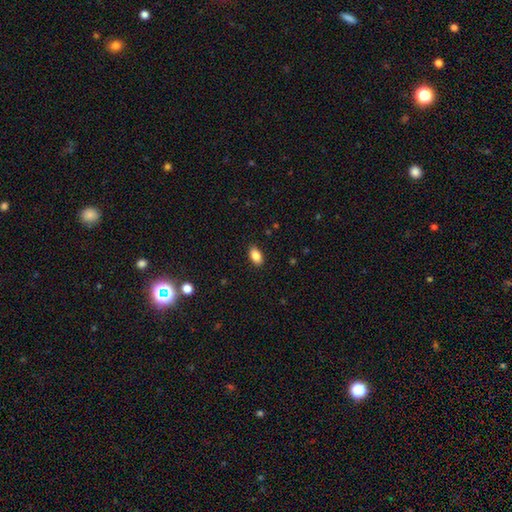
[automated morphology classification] Q: Smooth or featured?
A: smooth (87%); runner-up: star or artifact (8%)
Q: How rounded?
A: in between (92%); runner-up: round (6%)
Q: Merging?
A: none (89%); runner-up: minor disturbance (8%)